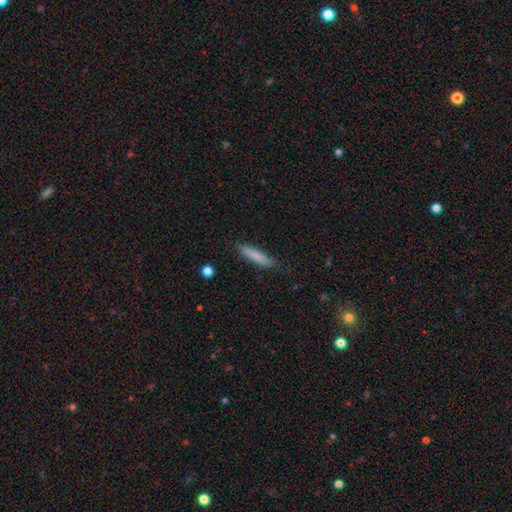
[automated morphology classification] smooth_or_featured: smooth (p=0.80) [alt: featured or disk p=0.14]
how_rounded: cigar-shaped (p=0.88) [alt: in between p=0.10]
merging: none (p=0.85) [alt: minor disturbance p=0.12]